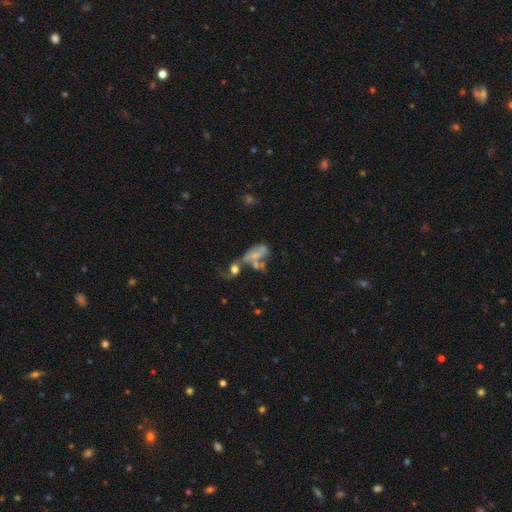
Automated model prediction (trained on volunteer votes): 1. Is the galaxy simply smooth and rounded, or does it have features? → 49% featured or disk, 38% smooth, 13% star or artifact.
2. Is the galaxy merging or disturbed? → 50% merger, 24% major disturbance, 15% none, 11% minor disturbance.